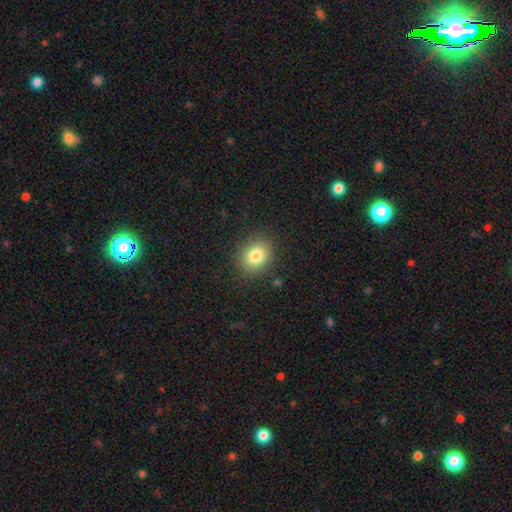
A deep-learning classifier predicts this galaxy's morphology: smooth 81%, star or artifact 11%, featured or disk 8%. Down the decision tree: how rounded — round (59%); merging — none (87%).